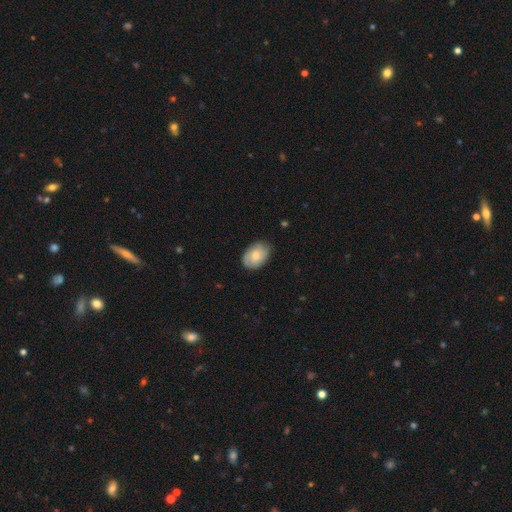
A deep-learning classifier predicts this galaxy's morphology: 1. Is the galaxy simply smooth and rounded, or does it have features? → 65% smooth, 29% featured or disk, 7% star or artifact.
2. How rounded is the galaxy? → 84% in between, 15% round, 1% cigar-shaped.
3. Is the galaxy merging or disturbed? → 78% none, 17% minor disturbance, 3% major disturbance, 1% merger.